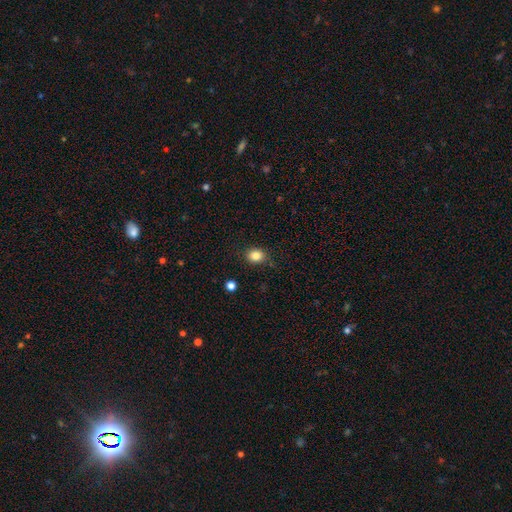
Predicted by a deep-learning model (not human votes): Q: Smooth or featured?
A: smooth (84%); runner-up: star or artifact (10%)
Q: How rounded?
A: round (56%); runner-up: in between (43%)
Q: Merging?
A: none (84%); runner-up: minor disturbance (11%)